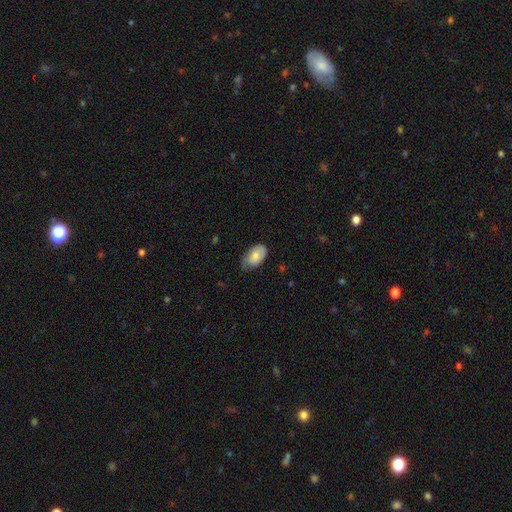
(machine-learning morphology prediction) This appears to be a smooth galaxy with no disk features (75%) that is in between round and cigar-shaped (93%). Merging: none (53%).